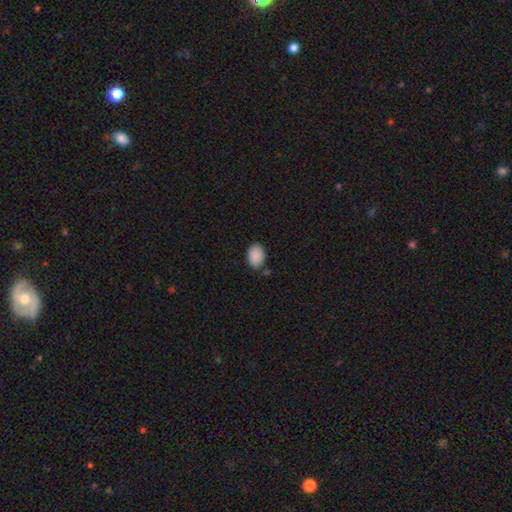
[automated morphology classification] Smooth or featured? Predicted: smooth (p=0.90). How rounded? Predicted: in between (p=0.84). Merging? Predicted: none (p=0.79).